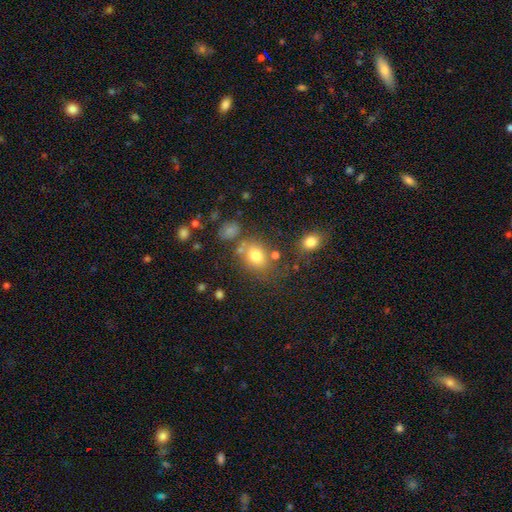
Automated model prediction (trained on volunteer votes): smooth-or-featured: smooth: 74% | star or artifact: 15% | featured or disk: 11%
  how-rounded: round: 53% | in between: 46% | cigar-shaped: 1%
  merging: none: 64% | minor disturbance: 15% | merger: 15% | major disturbance: 7%